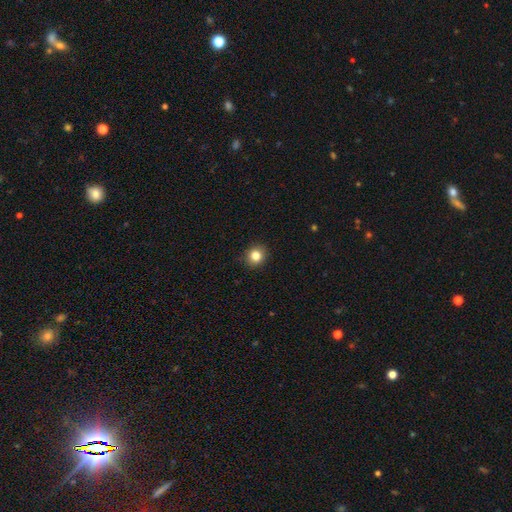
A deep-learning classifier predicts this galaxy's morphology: smooth-or-featured: smooth: 83% | star or artifact: 11% | featured or disk: 6%
  how-rounded: round: 87% | in between: 12% | cigar-shaped: 1%
  merging: none: 91% | minor disturbance: 7% | major disturbance: 2% | merger: 1%